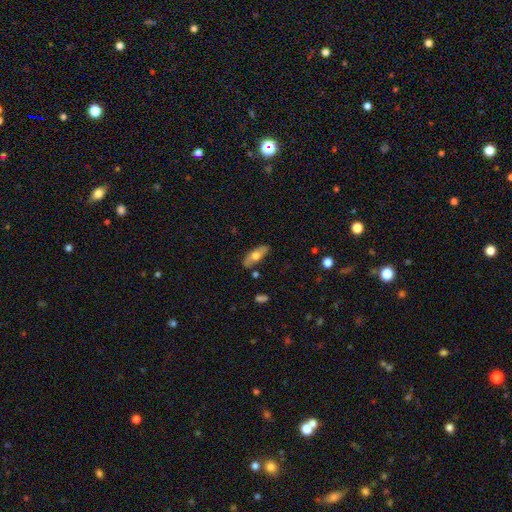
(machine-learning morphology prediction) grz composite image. It shows a smooth galaxy with no disk features (58%) that is in between round and cigar-shaped (64%). Merging: none (82%).